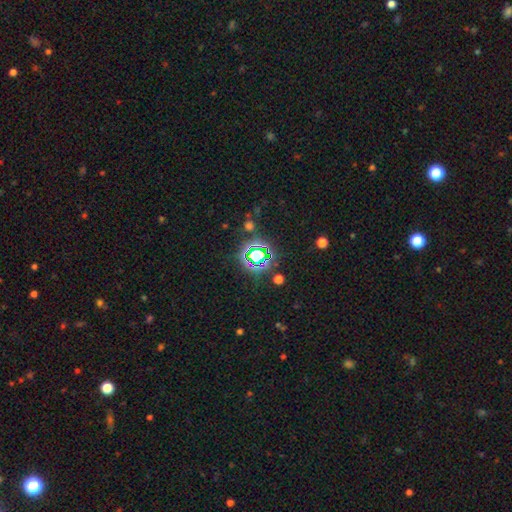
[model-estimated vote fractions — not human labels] Smooth or featured?
  - star or artifact: 69% *
  - smooth: 21%
  - featured or disk: 10%